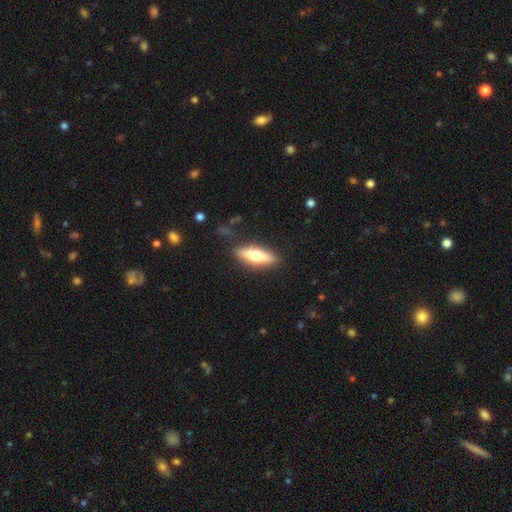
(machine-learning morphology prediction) smooth 53%, featured or disk 41%, star or artifact 6%. Down the decision tree: how rounded — cigar-shaped (52%); merging — none (87%).